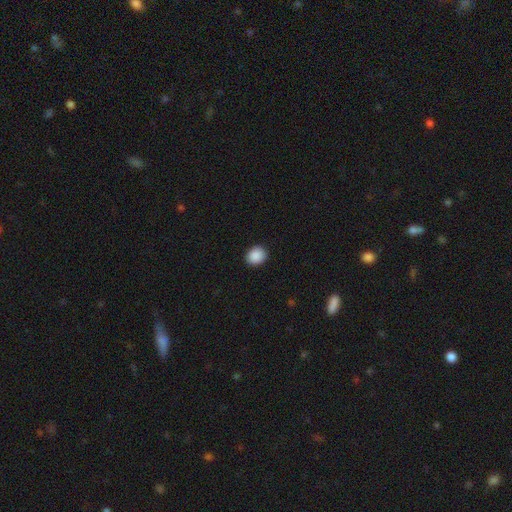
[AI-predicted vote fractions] Smooth or featured? Predicted: smooth (p=0.89). How rounded? Predicted: round (p=0.67). Merging? Predicted: none (p=0.91).